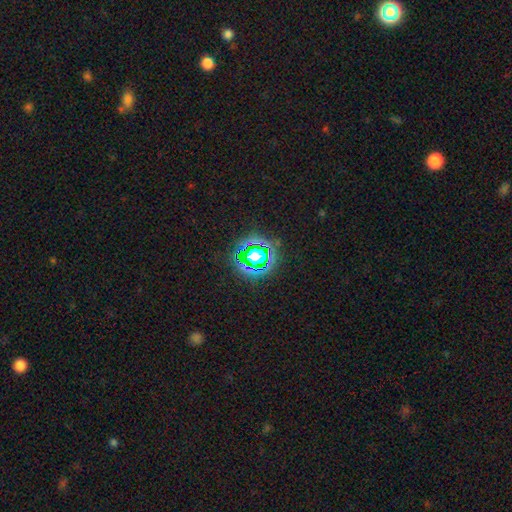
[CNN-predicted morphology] type=star or artifact (65%).